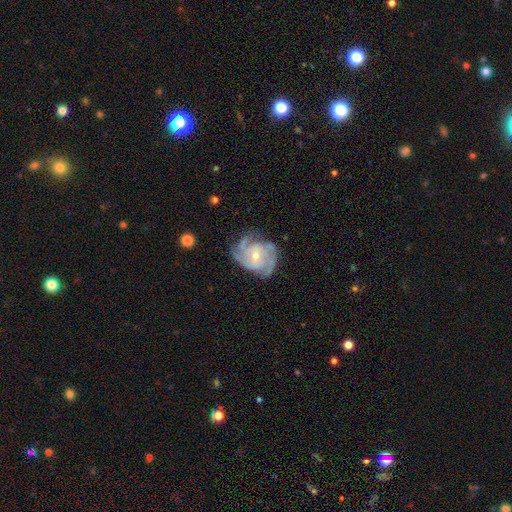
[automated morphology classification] Q: Smooth or featured?
A: featured or disk (87%); runner-up: smooth (7%)
Q: Edge-on disk?
A: no (98%); runner-up: yes (2%)
Q: Bar?
A: no (63%); runner-up: weak (30%)
Q: Spiral arms?
A: yes (96%); runner-up: no (4%)
Q: Spiral winding?
A: tight (52%); runner-up: medium (40%)
Q: Spiral arm count?
A: 3 (41%); runner-up: 4 (19%)
Q: Bulge size?
A: small (63%); runner-up: moderate (34%)
Q: Merging?
A: none (65%); runner-up: minor disturbance (22%)